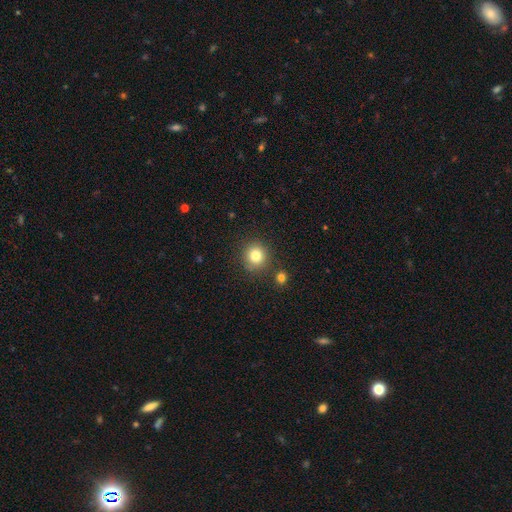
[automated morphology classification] smooth-or-featured: smooth: 82% | star or artifact: 11% | featured or disk: 7%
  how-rounded: round: 90% | in between: 9% | cigar-shaped: 1%
  merging: none: 84% | minor disturbance: 8% | merger: 5% | major disturbance: 3%